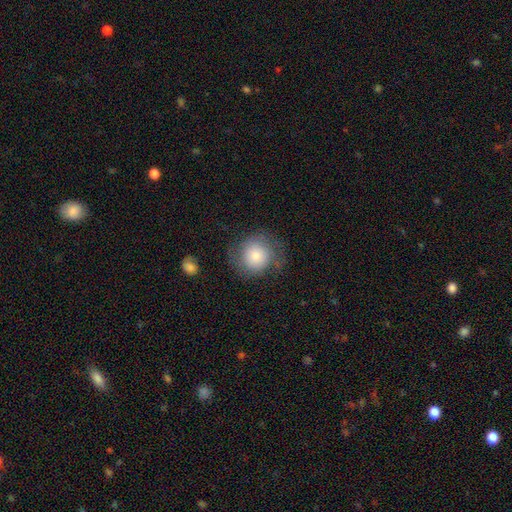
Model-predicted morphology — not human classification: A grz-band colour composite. It shows a smooth galaxy with no disk features (69%) that is round (87%). Merging: none (64%).